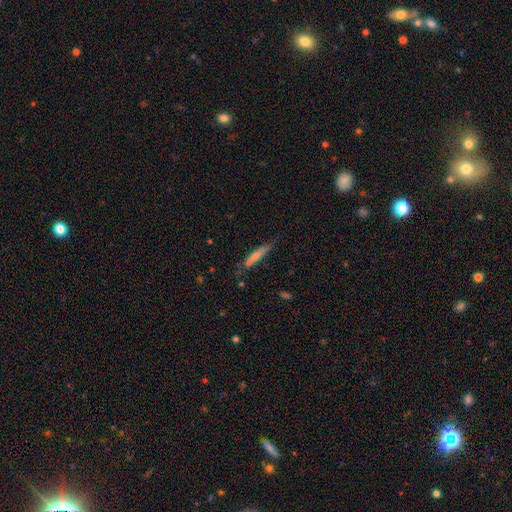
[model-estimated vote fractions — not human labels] smooth-or-featured: smooth: 55% | featured or disk: 37% | star or artifact: 8%
  how-rounded: cigar-shaped: 89% | in between: 9% | round: 2%
  merging: none: 69% | minor disturbance: 21% | merger: 5% | major disturbance: 5%